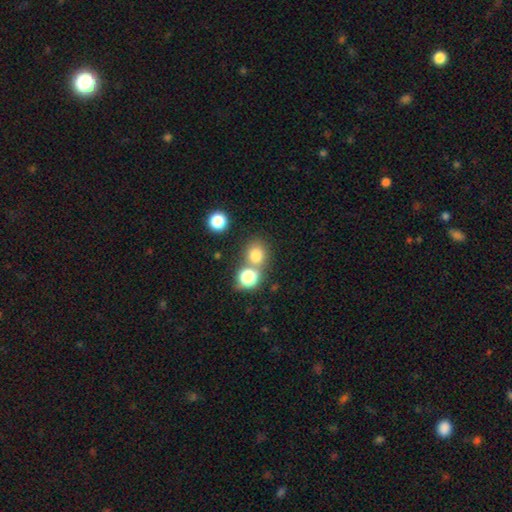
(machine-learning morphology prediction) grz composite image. It shows a smooth galaxy with no disk features (75%) that is round (78%). Merging: none (59%).